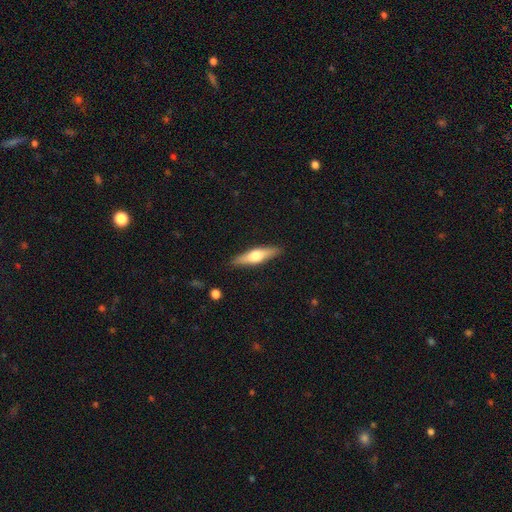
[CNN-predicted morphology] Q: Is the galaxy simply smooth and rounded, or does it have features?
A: featured or disk — 49%.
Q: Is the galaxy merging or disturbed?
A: none — 89%.